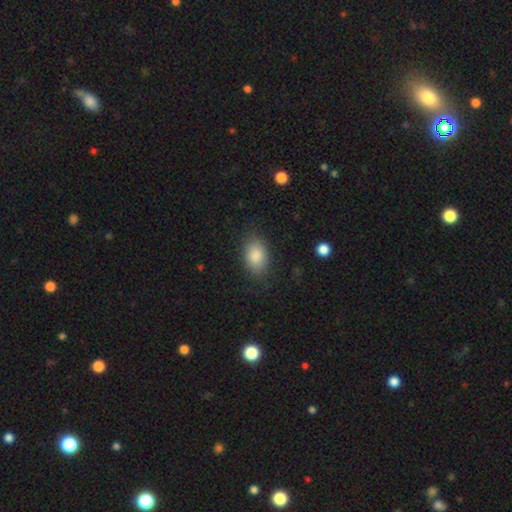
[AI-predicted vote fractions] Smooth or featured: smooth — 86% (star or artifact — 8%)
How rounded: in between — 87% (round — 12%)
Merging: none — 81% (minor disturbance — 13%)